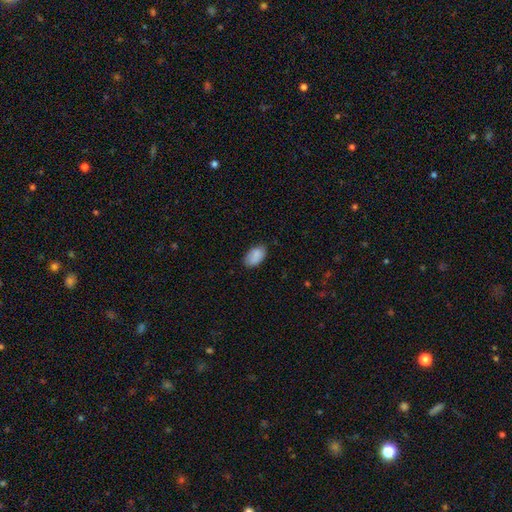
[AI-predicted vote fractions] Overall: smooth (86%). How rounded: in between (92%). Merging: none (76%).